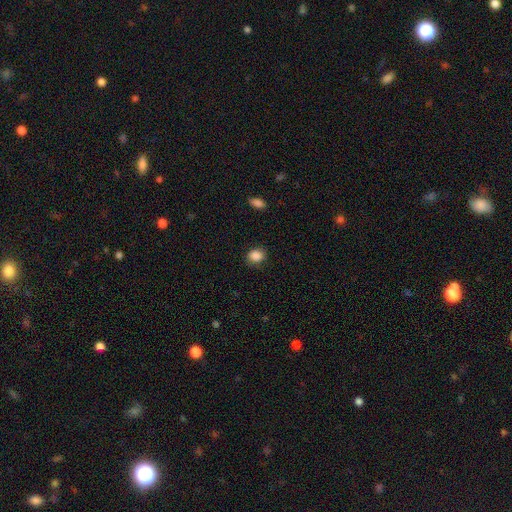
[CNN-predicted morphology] This appears to be a smooth galaxy with no disk features (88%) that is round (62%). Merging: none (81%).